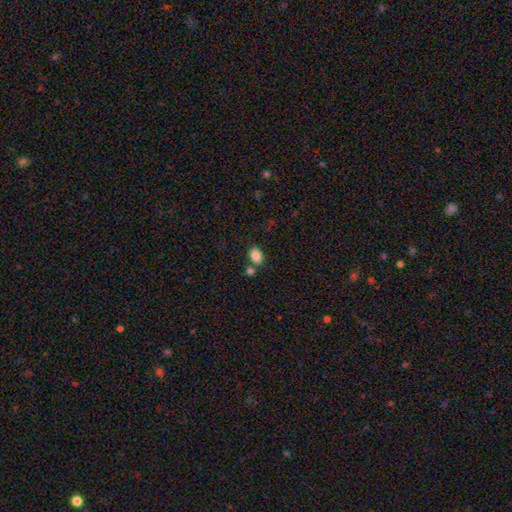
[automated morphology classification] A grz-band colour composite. It shows a smooth galaxy with no disk features (86%) that is in between round and cigar-shaped (75%). Merging: none (69%).